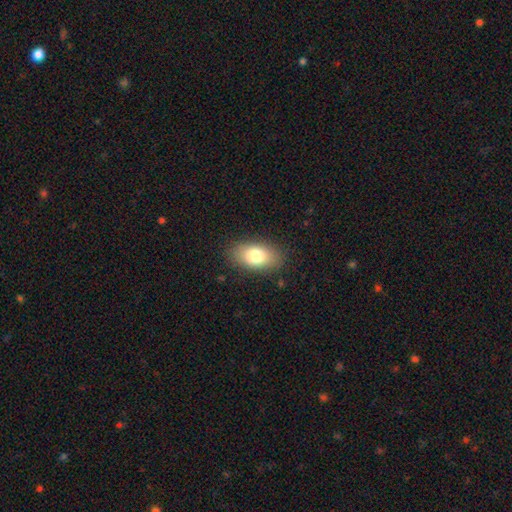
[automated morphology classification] smooth 79%, featured or disk 13%, star or artifact 8%. Down the decision tree: how rounded — in between (90%); merging — none (85%).